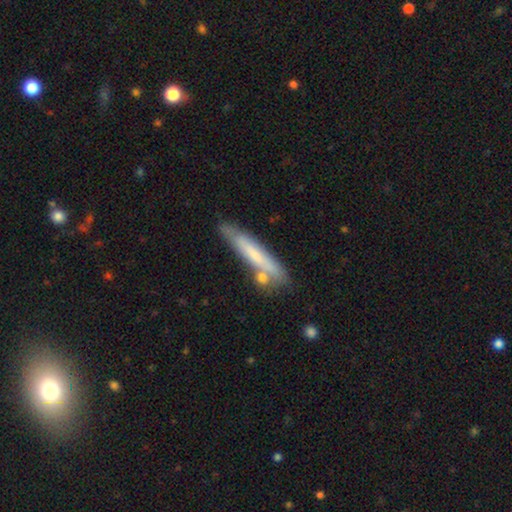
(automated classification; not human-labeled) A smooth galaxy with no disk features (57%) that is cigar-shaped (91%).

Vote fractions:
- Smooth or featured? smooth: 57% / featured or disk: 37% / star or artifact: 6%
- How rounded? cigar-shaped: 91% / in between: 8% / round: 1%
- Merging? none: 70% / minor disturbance: 17% / merger: 10% / major disturbance: 4%